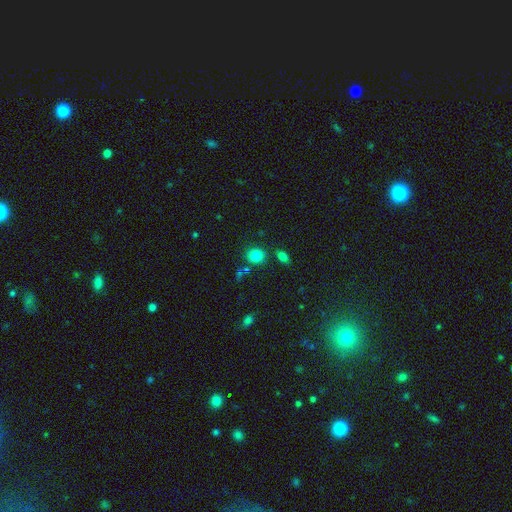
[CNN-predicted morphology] A smooth galaxy with no disk features (83%) that is round (76%). Merging: none (77%).